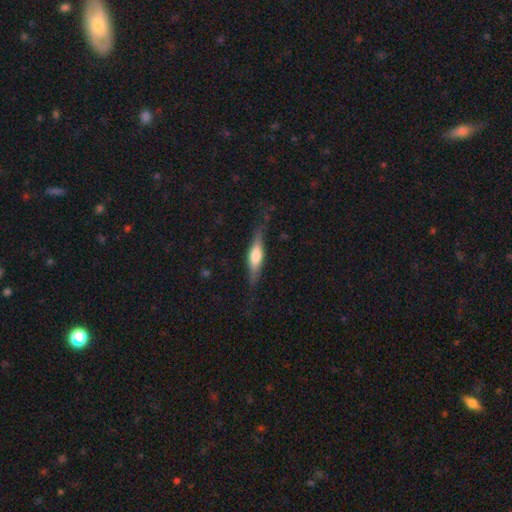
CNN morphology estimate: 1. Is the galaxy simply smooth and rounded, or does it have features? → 52% featured or disk, 42% smooth, 6% star or artifact.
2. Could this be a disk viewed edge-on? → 92% yes, 8% no.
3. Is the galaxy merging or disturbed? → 76% none, 17% minor disturbance, 5% major disturbance, 1% merger.